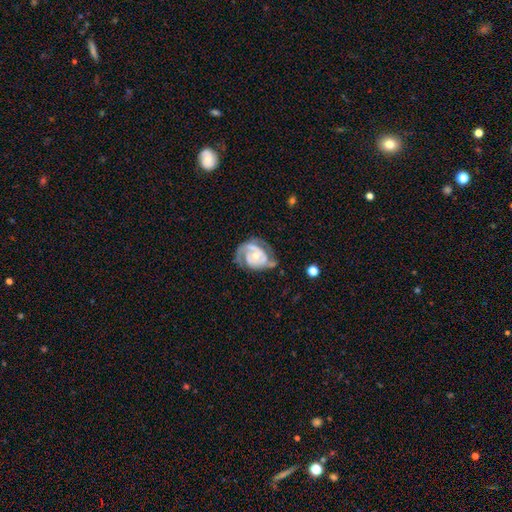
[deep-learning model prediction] Overall: featured or disk (85%). Edge-on disk: no (97%). Bar: no (64%; weak 27%). Spiral arms: yes (92%). Spiral arm count: 2 (67%). Spiral winding: tight (50%; medium 38%). Bulge size: moderate (54%; small 41%). Merging: none (53%; minor disturbance 26%).